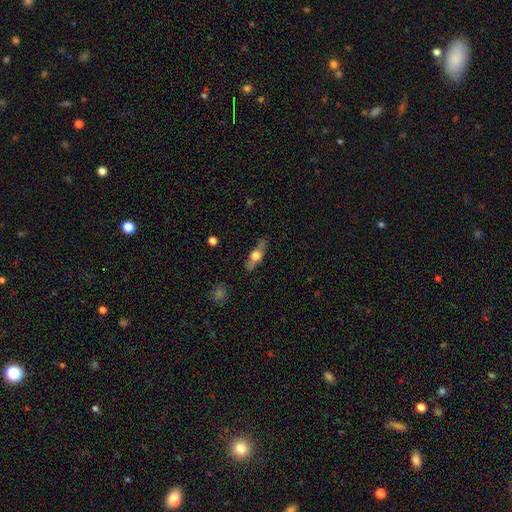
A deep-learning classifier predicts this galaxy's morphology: This is possibly a smooth galaxy (47%). Merging: likely none (80%).